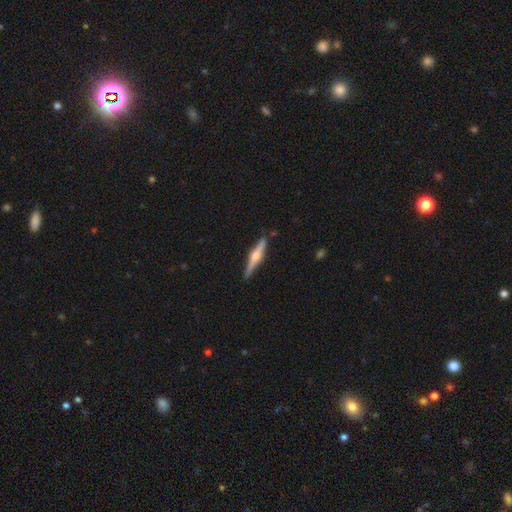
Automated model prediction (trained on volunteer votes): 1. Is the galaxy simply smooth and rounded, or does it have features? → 72% featured or disk, 23% smooth, 5% star or artifact.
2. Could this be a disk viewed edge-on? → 98% yes, 2% no.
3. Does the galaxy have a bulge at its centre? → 93% rounded, 5% boxy, 2% none.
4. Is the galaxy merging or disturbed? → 88% none, 9% minor disturbance, 2% major disturbance, 2% merger.